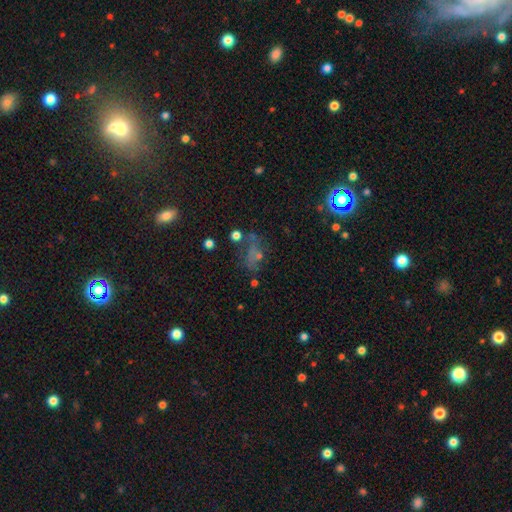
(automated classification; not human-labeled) Smooth or featured? star or artifact (42%)